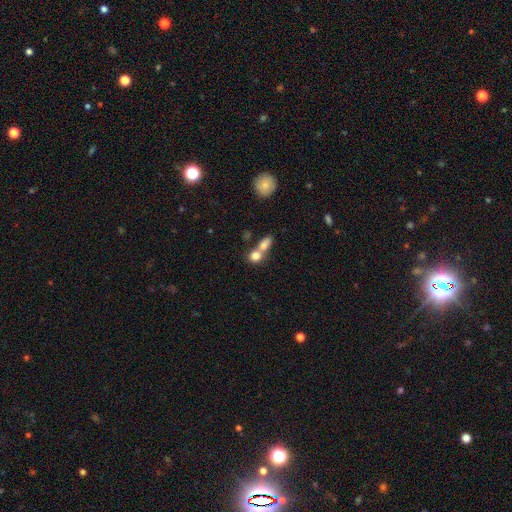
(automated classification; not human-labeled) This appears to be a smooth galaxy with no disk features (78%) that is round (54%). Merging: merger (62%).